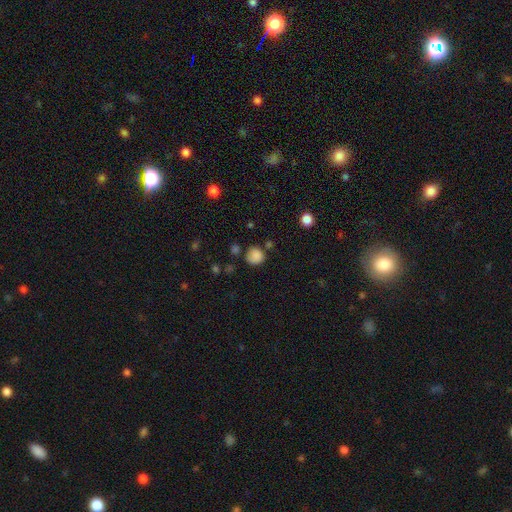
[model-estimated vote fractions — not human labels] Smooth or featured? Predicted: smooth (p=0.83). How rounded? Predicted: round (p=0.86). Merging? Predicted: none (p=0.67).